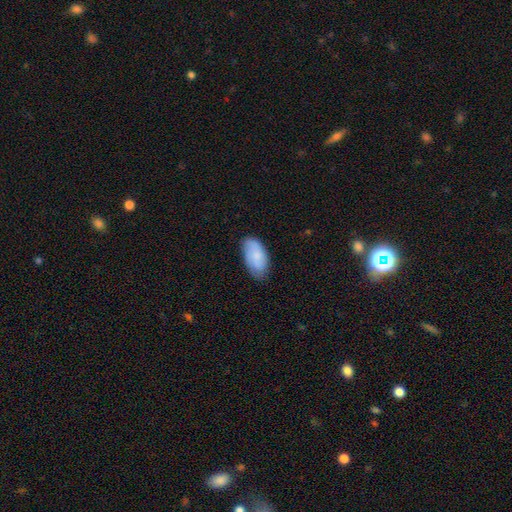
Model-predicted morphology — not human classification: This is likely a smooth galaxy (76%). How rounded: clearly in between (94%). Merging: likely none (72%).